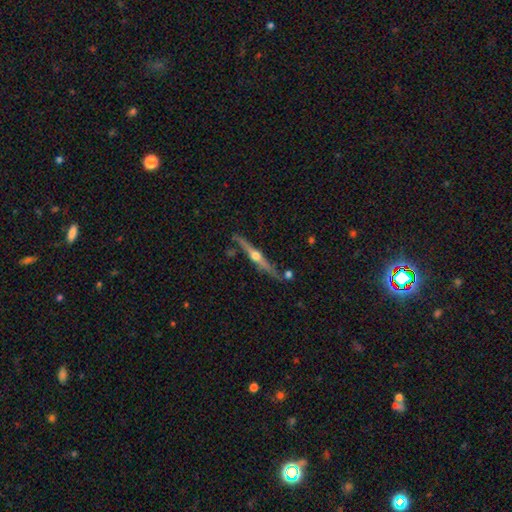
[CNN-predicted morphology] smooth_or_featured: featured or disk (p=0.80) [alt: smooth p=0.14]
disk_edge_on: yes (p=0.98) [alt: no p=0.02]
edge_on_bulge: rounded (p=0.94) [alt: none p=0.03]
merging: none (p=0.80) [alt: minor disturbance p=0.12]